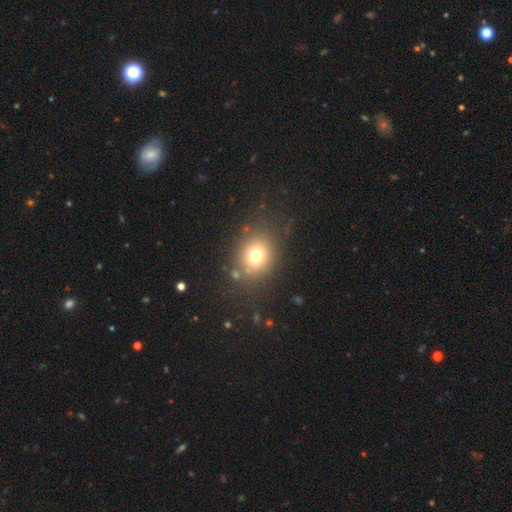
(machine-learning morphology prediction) smooth 74%, star or artifact 14%, featured or disk 12%. Down the decision tree: how rounded — round (66%); merging — none (79%).